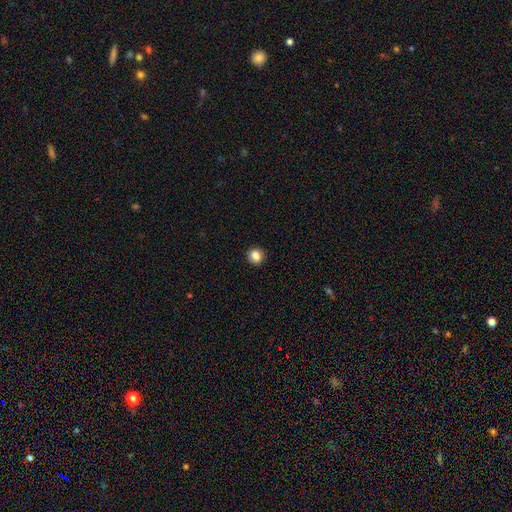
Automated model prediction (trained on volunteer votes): This is clearly a smooth galaxy (85%). How rounded: clearly round (84%). Merging: clearly none (92%).